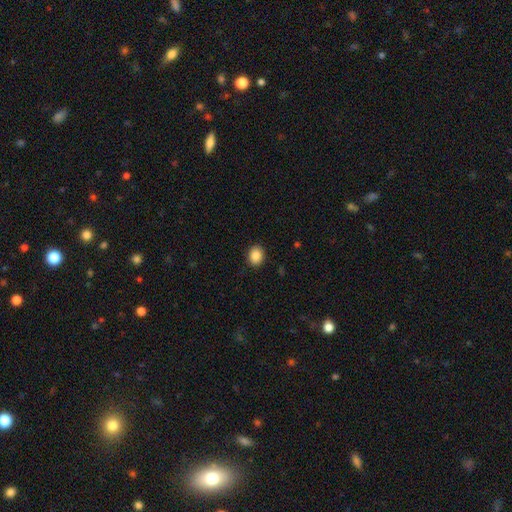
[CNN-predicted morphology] Q: Smooth or featured?
A: smooth (87%); runner-up: star or artifact (9%)
Q: How rounded?
A: round (52%); runner-up: in between (48%)
Q: Merging?
A: none (89%); runner-up: minor disturbance (8%)